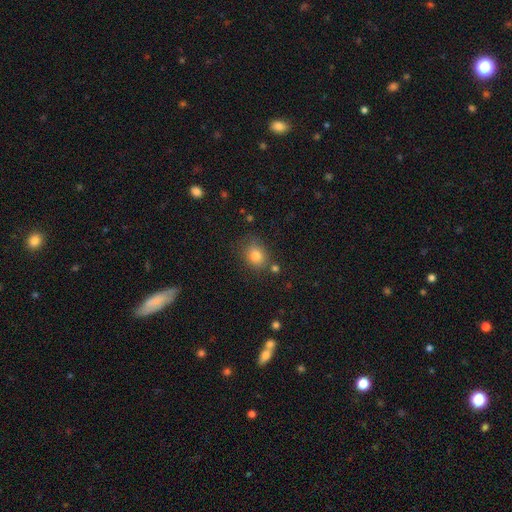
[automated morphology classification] This is clearly a smooth galaxy (81%). How rounded: possibly in between (54%). Merging: likely none (70%).